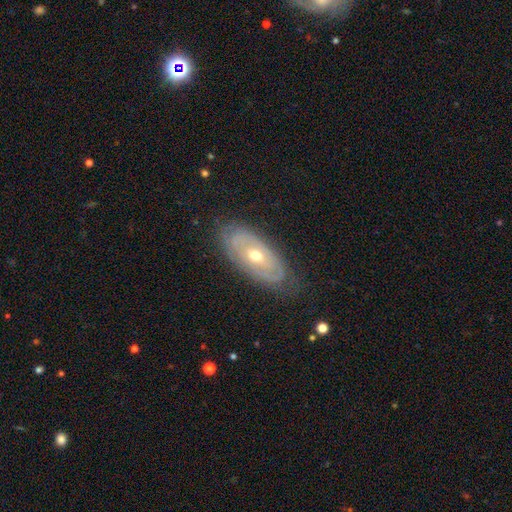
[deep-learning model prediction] Q: Smooth or featured?
A: featured or disk (68%); runner-up: smooth (26%)
Q: Edge-on disk?
A: no (86%); runner-up: yes (14%)
Q: Bar?
A: no (83%); runner-up: weak (13%)
Q: Spiral arms?
A: no (51%); runner-up: yes (49%)
Q: Bulge size?
A: moderate (68%); runner-up: small (27%)
Q: Merging?
A: none (77%); runner-up: minor disturbance (16%)